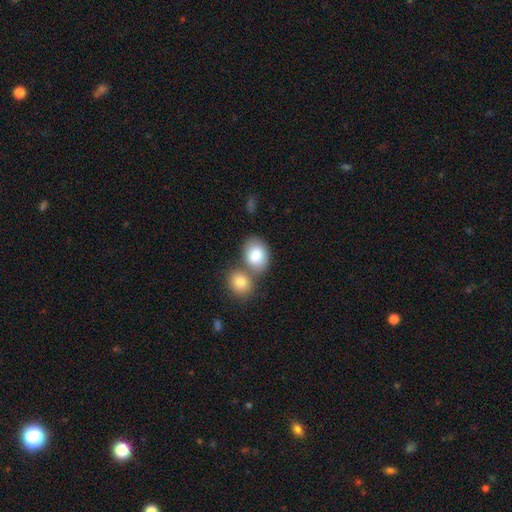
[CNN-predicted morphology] A smooth galaxy with no disk features (83%) that is in between round and cigar-shaped (69%).

Vote fractions:
- Smooth or featured? smooth: 83% / featured or disk: 10% / star or artifact: 7%
- How rounded? in between: 69% / round: 30% / cigar-shaped: 1%
- Merging? none: 46% / merger: 38% / minor disturbance: 11% / major disturbance: 4%